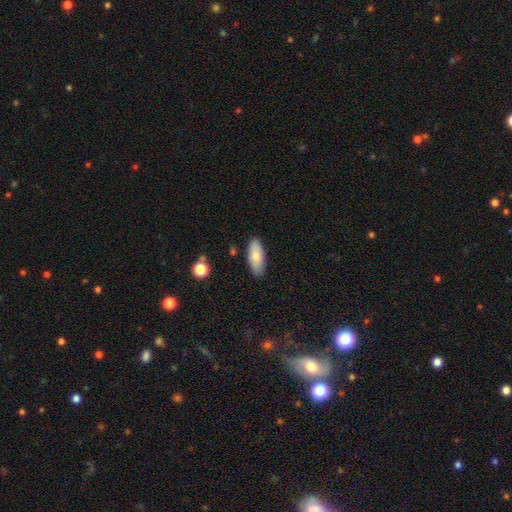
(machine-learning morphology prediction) A smooth galaxy with no disk features (81%) that is in between round and cigar-shaped (82%).

Vote fractions:
- Smooth or featured? smooth: 81% / featured or disk: 13% / star or artifact: 6%
- How rounded? in between: 82% / cigar-shaped: 15% / round: 2%
- Merging? none: 85% / minor disturbance: 11% / major disturbance: 2% / merger: 2%